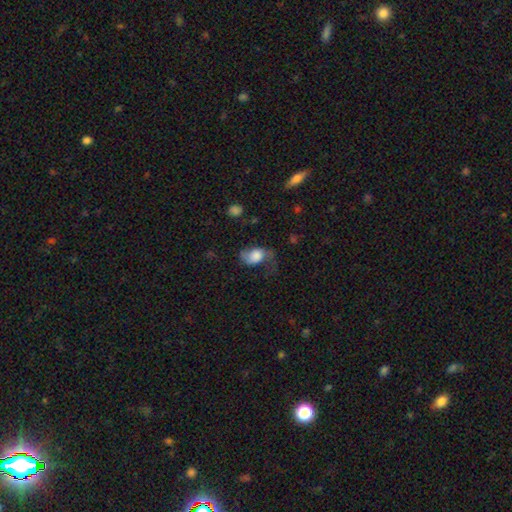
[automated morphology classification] smooth-or-featured: smooth: 60% | featured or disk: 30% | star or artifact: 9%
  how-rounded: in between: 74% | round: 24% | cigar-shaped: 2%
  merging: major disturbance: 38% | none: 32% | minor disturbance: 27% | merger: 3%